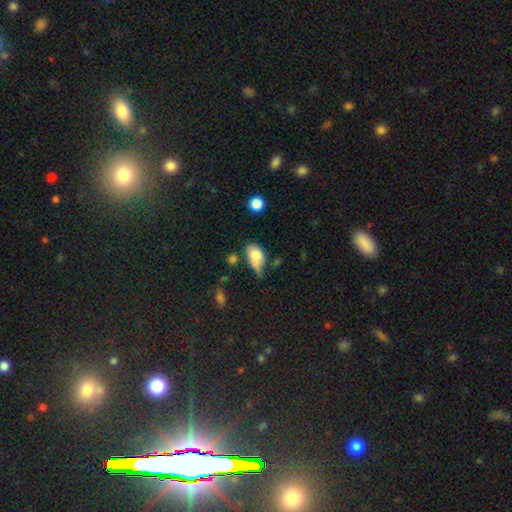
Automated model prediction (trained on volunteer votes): A smooth galaxy with no disk features (71%) that is in between round and cigar-shaped (86%). Merging: minor disturbance (30%).